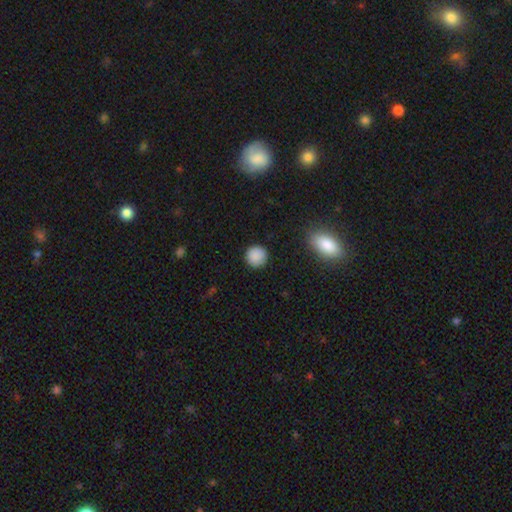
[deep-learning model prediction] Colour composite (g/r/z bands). It shows a smooth galaxy with no disk features (88%) that is round (94%). Merging: none (89%).